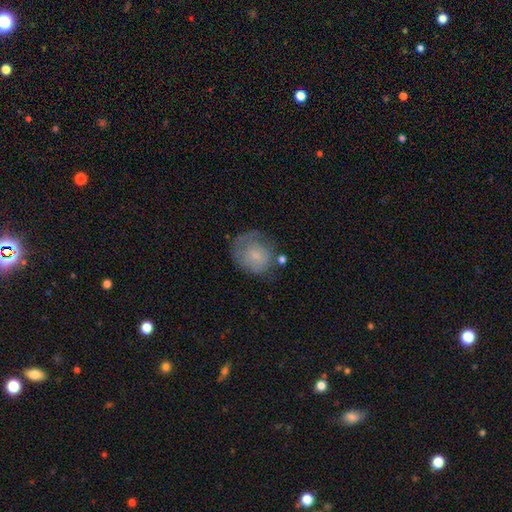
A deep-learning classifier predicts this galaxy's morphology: A smooth galaxy with no disk features (61%) that is round (64%). Merging: none (46%).